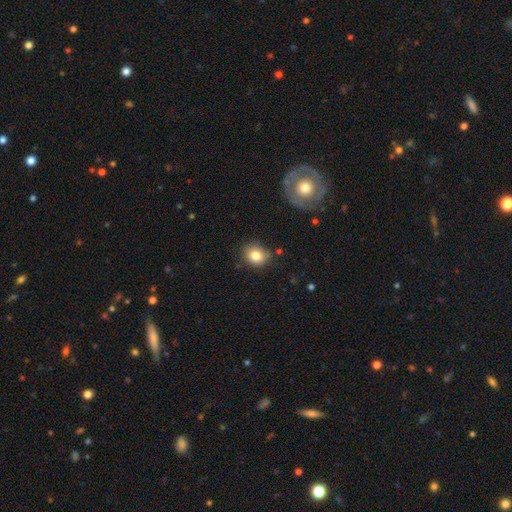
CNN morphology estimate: A smooth galaxy with no disk features (82%) that is round (70%). Merging: none (76%).